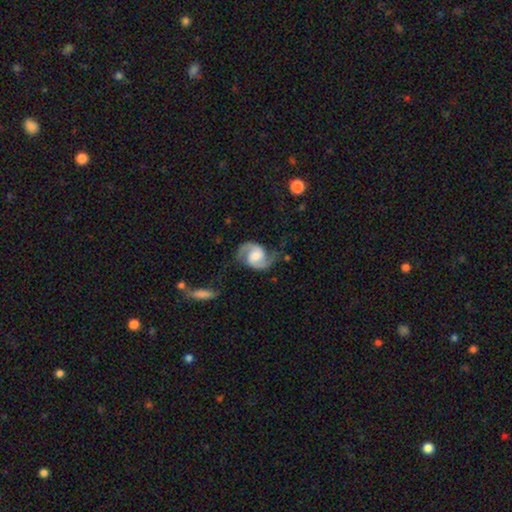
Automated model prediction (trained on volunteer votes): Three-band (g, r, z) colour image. It shows a featured or disk galaxy (89%) with no bar (52%), 2 (94%) medium (54%) spiral arms (97%) and a moderate central bulge (51%). Merging: none (70%).